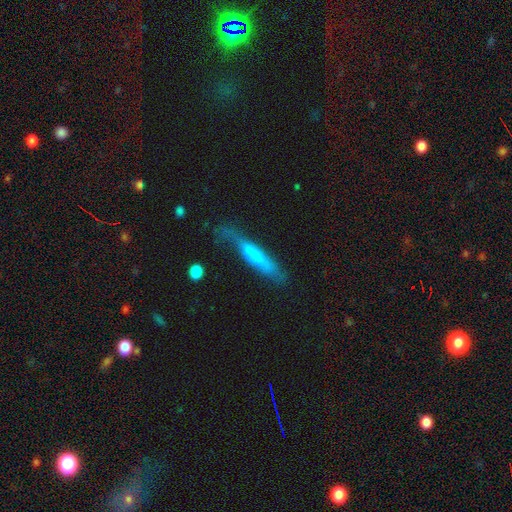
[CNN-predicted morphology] This appears to be a smooth galaxy with no disk features (56%) that is cigar-shaped (90%). Merging: none (51%).